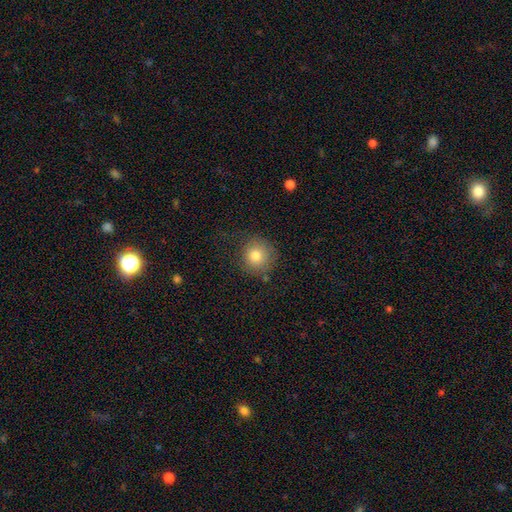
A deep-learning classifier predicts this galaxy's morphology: Smooth or featured? smooth (80%)
How rounded? round (92%)
Merging? none (78%)